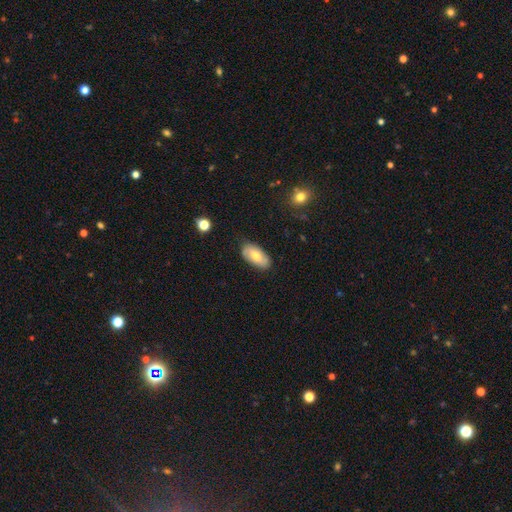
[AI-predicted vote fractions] Overall: smooth (67%). How rounded: in between (93%). Merging: none (82%).